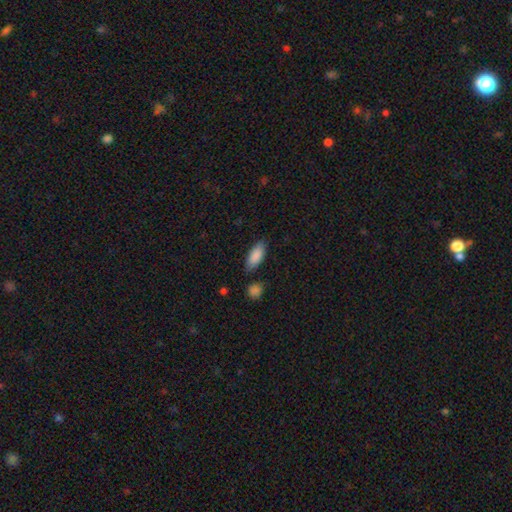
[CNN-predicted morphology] Smooth or featured? smooth (88%)
How rounded? in between (82%)
Merging? none (80%)